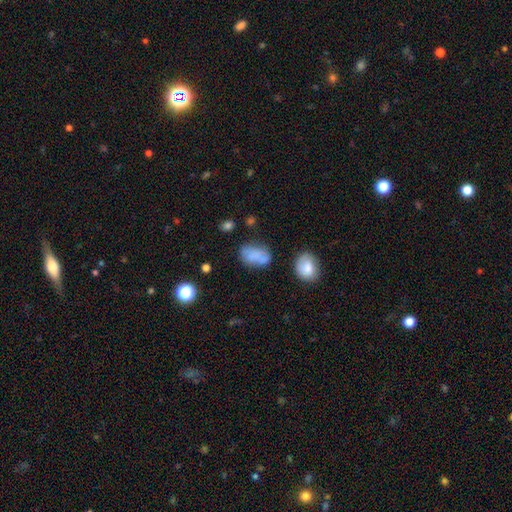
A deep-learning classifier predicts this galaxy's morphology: Smooth or featured? Predicted: smooth (p=0.73). How rounded? Predicted: in between (p=0.86). Merging? Predicted: none (p=0.51).